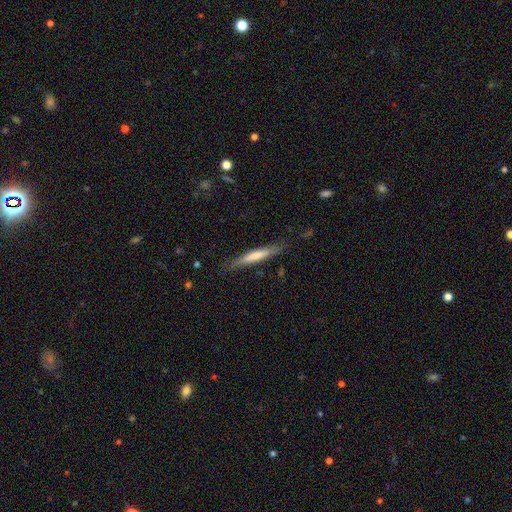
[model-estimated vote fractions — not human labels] A smooth galaxy with no disk features (60%) that is cigar-shaped (94%). Merging: none (82%).